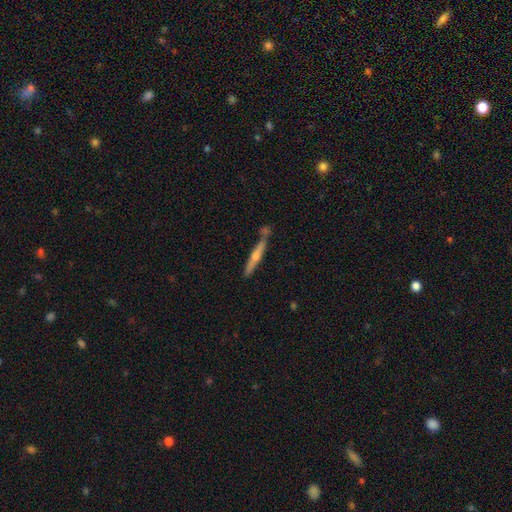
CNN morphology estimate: Q: Smooth or featured?
A: featured or disk (63%); runner-up: smooth (31%)
Q: Edge-on disk?
A: yes (96%); runner-up: no (4%)
Q: Edge-on bulge?
A: rounded (82%); runner-up: none (14%)
Q: Merging?
A: none (74%); runner-up: minor disturbance (13%)